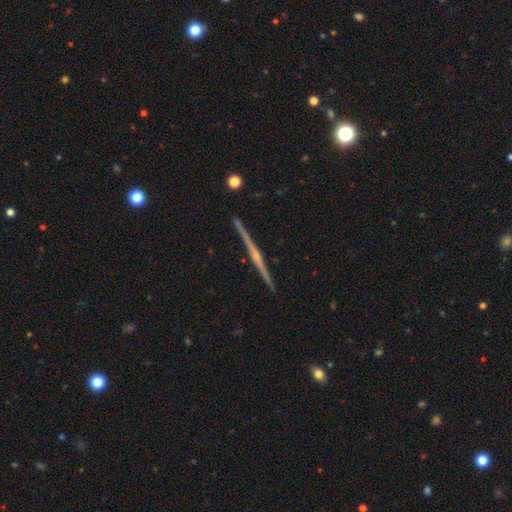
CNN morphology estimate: featured or disk 83%, smooth 12%, star or artifact 6%. Down the decision tree: edge-on disk — yes (99%); edge-on bulge — rounded (61%); merging — none (93%).